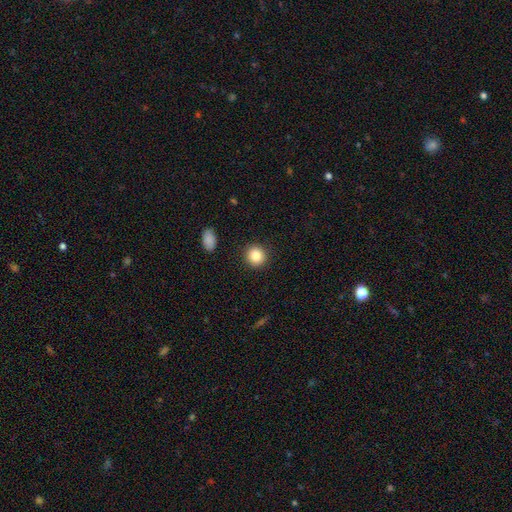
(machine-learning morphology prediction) A smooth galaxy with no disk features (84%) that is round (90%). Merging: none (90%).